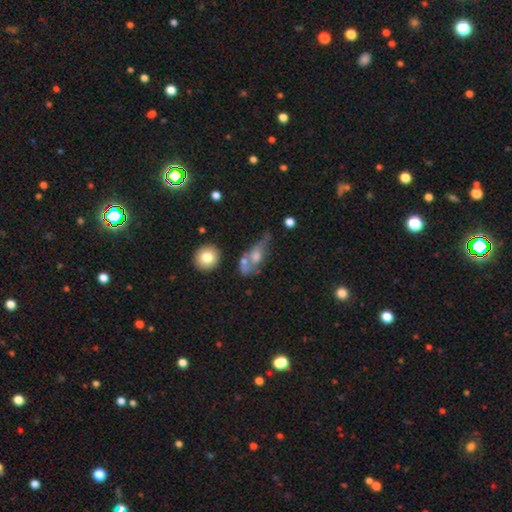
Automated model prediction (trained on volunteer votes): Smooth or featured?
  - featured or disk: 44% * (tied)
  - smooth: 44% * (tied)
  - star or artifact: 13%
Merging?
  - none: 32% *
  - minor disturbance: 24%
  - major disturbance: 23%
  - merger: 22%